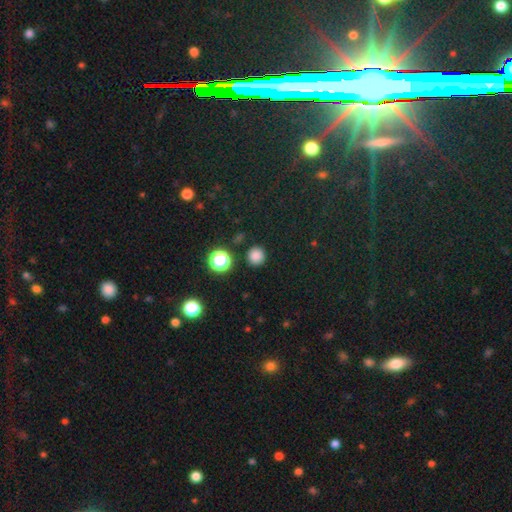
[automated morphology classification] A smooth galaxy with no disk features (81%) that is round (94%). Merging: none (89%).